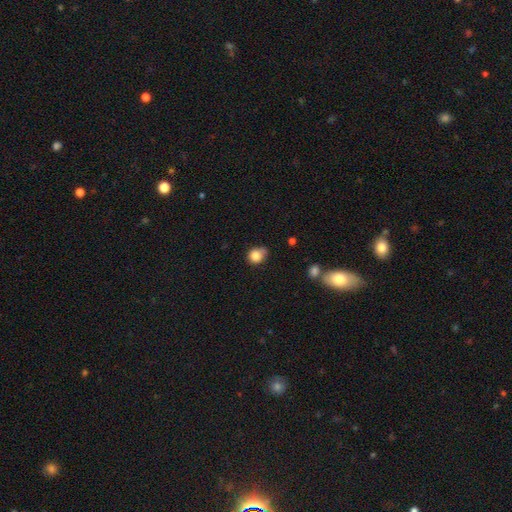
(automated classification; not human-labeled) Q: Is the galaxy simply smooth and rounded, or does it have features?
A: smooth — 81%.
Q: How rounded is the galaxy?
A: round — 67%.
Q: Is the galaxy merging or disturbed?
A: none — 48%.